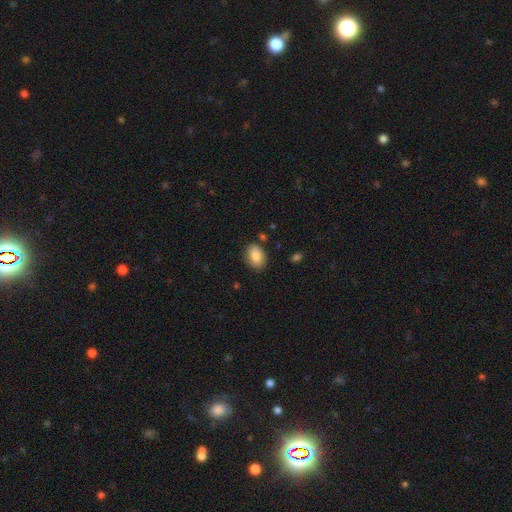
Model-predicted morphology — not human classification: smooth_or_featured: smooth (p=0.86) [alt: star or artifact p=0.08]
how_rounded: in between (p=0.79) [alt: round p=0.20]
merging: none (p=0.82) [alt: minor disturbance p=0.13]